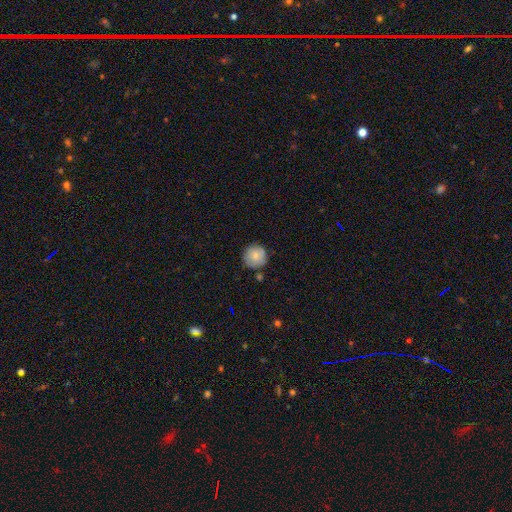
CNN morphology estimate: A smooth galaxy with no disk features (79%) that is round (94%).

Vote fractions:
- Smooth or featured? smooth: 79% / featured or disk: 13% / star or artifact: 8%
- How rounded? round: 94% / in between: 5% / cigar-shaped: 1%
- Merging? none: 80% / minor disturbance: 14% / merger: 4% / major disturbance: 3%